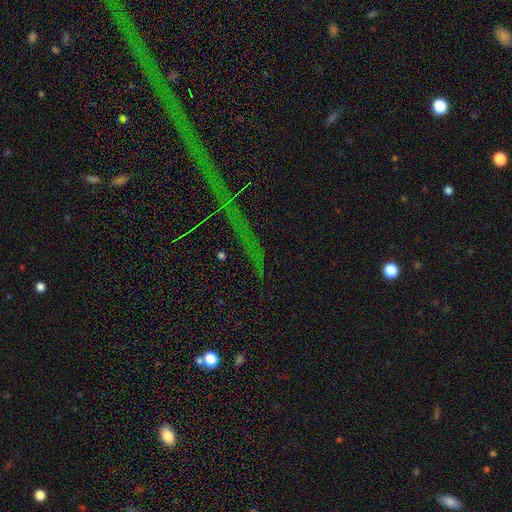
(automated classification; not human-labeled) A star or artifact, not a galaxy (80%).

Vote fractions:
- Smooth or featured? star or artifact: 80% / featured or disk: 10% / smooth: 10%